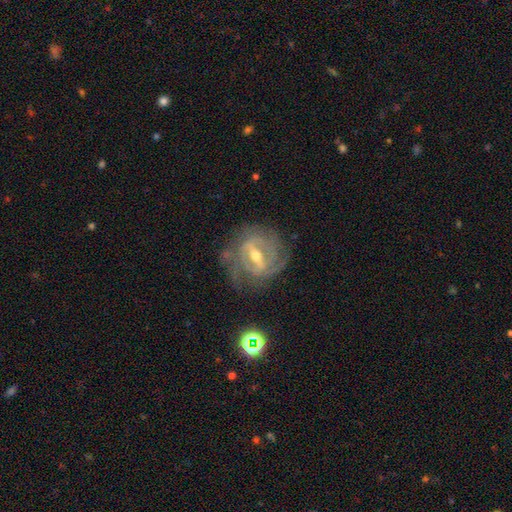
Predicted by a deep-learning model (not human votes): This appears to be a featured or disk galaxy (83%) with a strong bar (53%), tight (58%) spiral arms (85%) and a moderate central bulge (63%). Merging: none (67%).